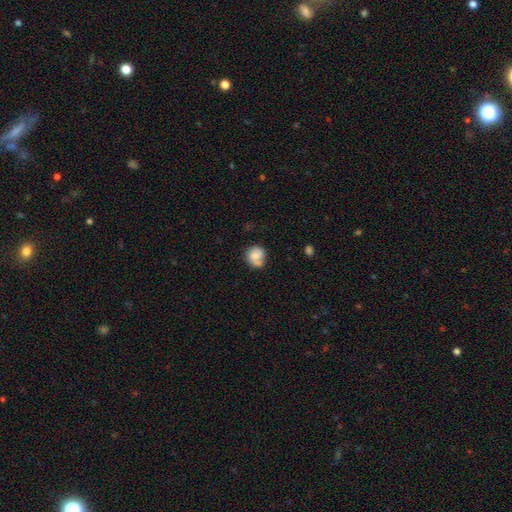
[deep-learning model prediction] Q: Smooth or featured?
A: smooth (66%); runner-up: featured or disk (26%)
Q: How rounded?
A: round (75%); runner-up: in between (24%)
Q: Merging?
A: none (50%); runner-up: minor disturbance (25%)